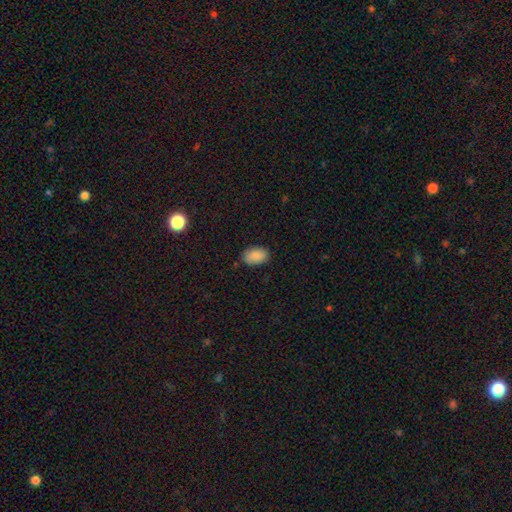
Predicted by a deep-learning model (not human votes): Morphology: type=smooth (88%); roundness=in between (89%); merging=none (82%).